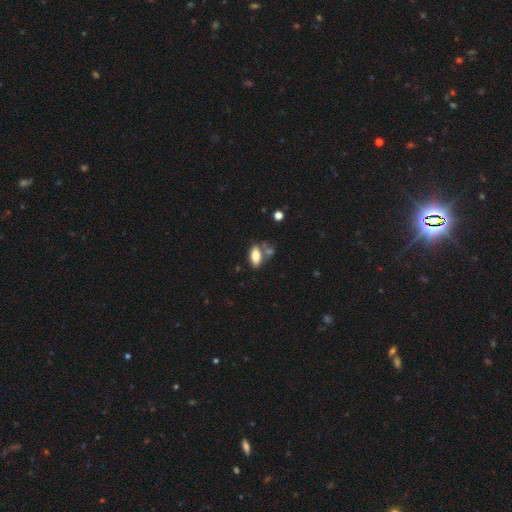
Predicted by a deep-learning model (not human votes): smooth_or_featured: smooth (p=0.80) [alt: featured or disk p=0.12]
how_rounded: in between (p=0.91) [alt: cigar-shaped p=0.05]
merging: none (p=0.56) [alt: merger p=0.25]